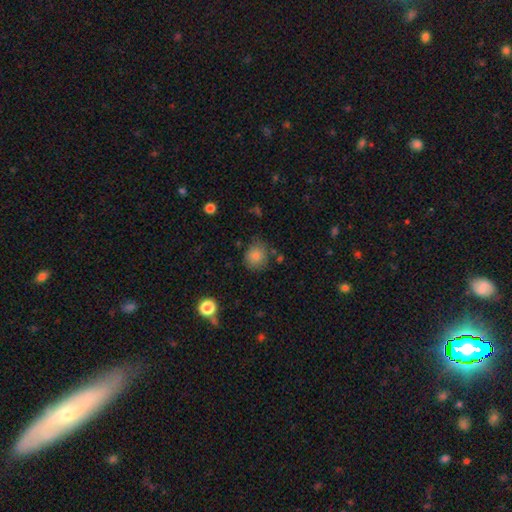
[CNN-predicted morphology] smooth 81%, star or artifact 11%, featured or disk 8%. Down the decision tree: how rounded — round (75%); merging — none (74%).